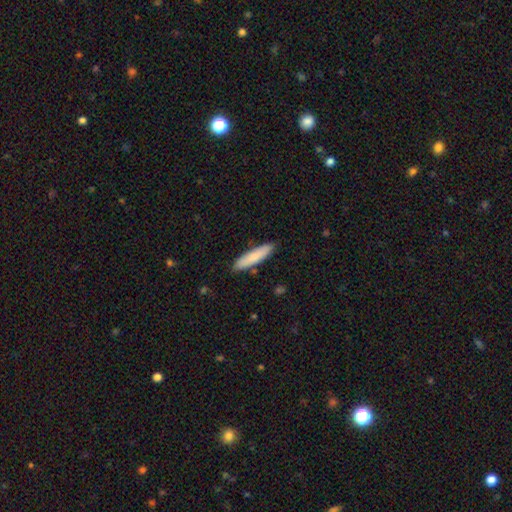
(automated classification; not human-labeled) This is clearly a smooth galaxy (80%). How rounded: likely cigar-shaped (77%). Merging: clearly none (86%).